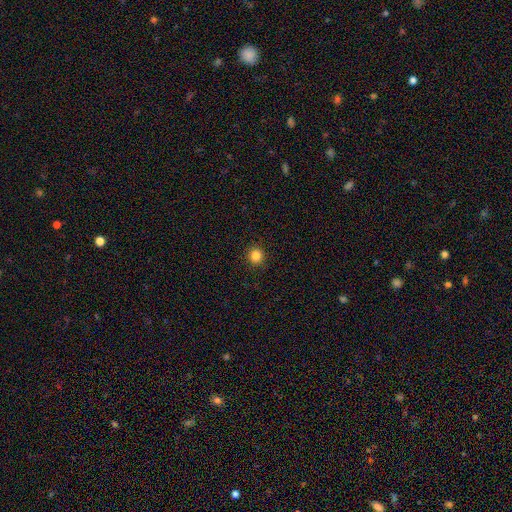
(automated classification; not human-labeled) Q: Smooth or featured?
A: smooth (84%); runner-up: star or artifact (12%)
Q: How rounded?
A: round (92%); runner-up: in between (7%)
Q: Merging?
A: none (92%); runner-up: minor disturbance (5%)